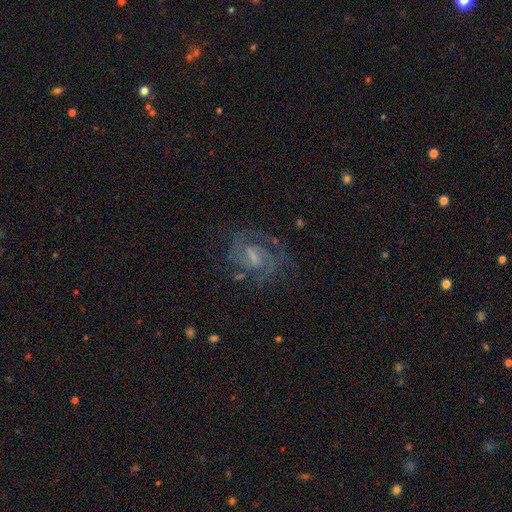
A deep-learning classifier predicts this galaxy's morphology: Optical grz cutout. It shows a featured or disk galaxy (69%) with a weak bar (46%), 2 (40%) tight (51%) spiral arms (92%) and a small central bulge (47%). Merging: none (78%).